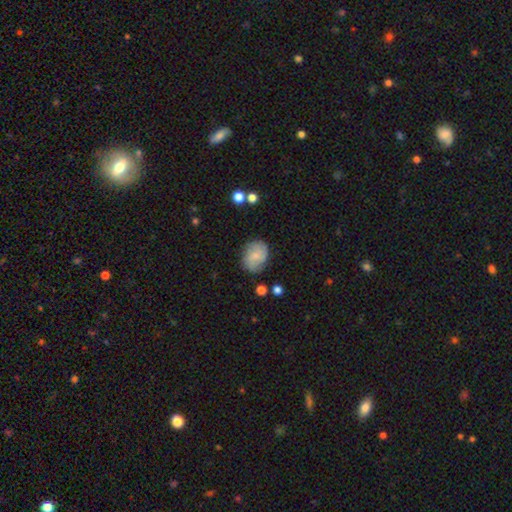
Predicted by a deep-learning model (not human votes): This appears to be a smooth galaxy with no disk features (55%) that is round (50%). Merging: none (73%).